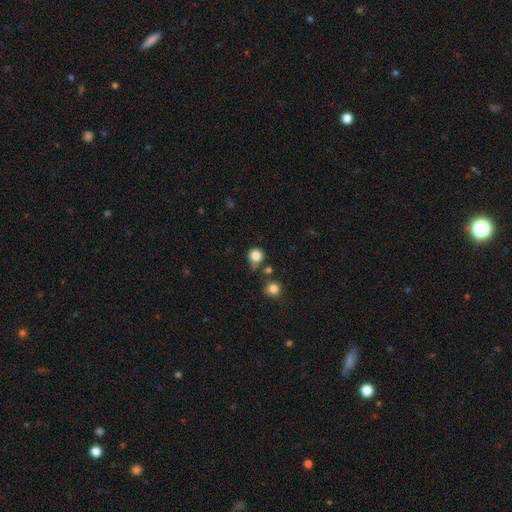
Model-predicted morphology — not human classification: Smooth or featured? Predicted: smooth (p=0.84). How rounded? Predicted: round (p=0.90). Merging? Predicted: none (p=0.66).